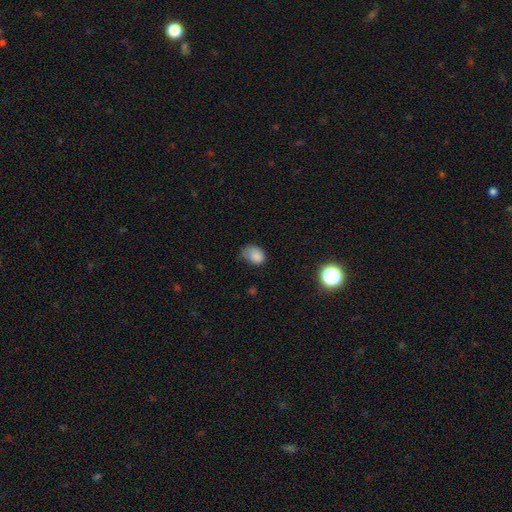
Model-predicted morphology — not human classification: A smooth galaxy with no disk features (82%) that is in between round and cigar-shaped (71%).

Vote fractions:
- Smooth or featured? smooth: 82% / star or artifact: 11% / featured or disk: 8%
- How rounded? in between: 71% / round: 28% / cigar-shaped: 1%
- Merging? none: 43% / minor disturbance: 39% / major disturbance: 16% / merger: 2%